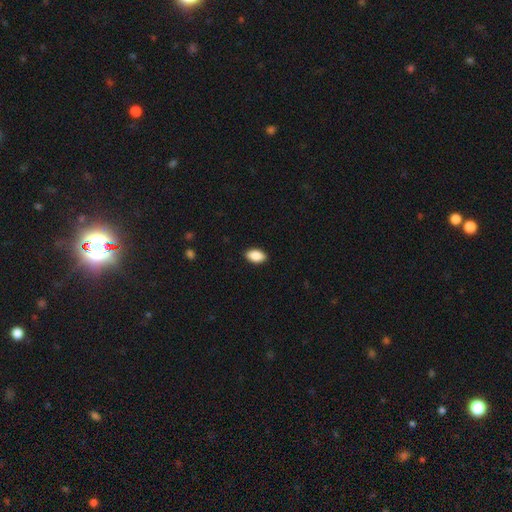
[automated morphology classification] This appears to be a smooth galaxy with no disk features (89%) that is in between round and cigar-shaped (93%). Merging: none (90%).